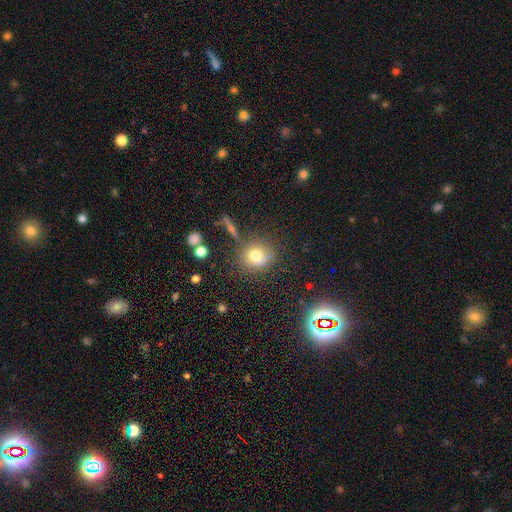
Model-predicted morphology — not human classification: A smooth galaxy with no disk features (73%) that is round (85%). Merging: none (71%).